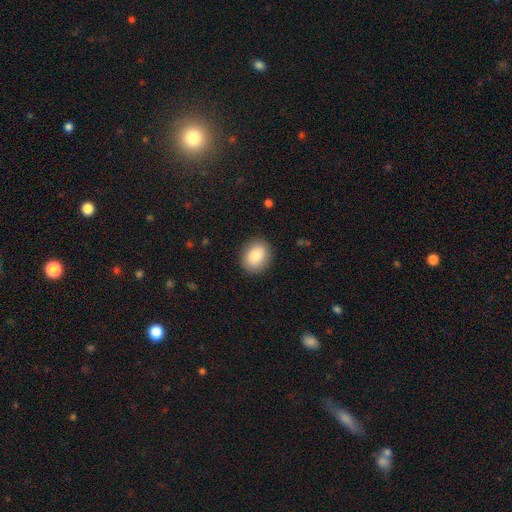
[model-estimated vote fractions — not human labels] A smooth galaxy with no disk features (86%) that is in between round and cigar-shaped (56%).

Vote fractions:
- Smooth or featured? smooth: 86% / star or artifact: 7% / featured or disk: 7%
- How rounded? in between: 56% / round: 43% / cigar-shaped: 1%
- Merging? none: 88% / minor disturbance: 9% / major disturbance: 2% / merger: 1%